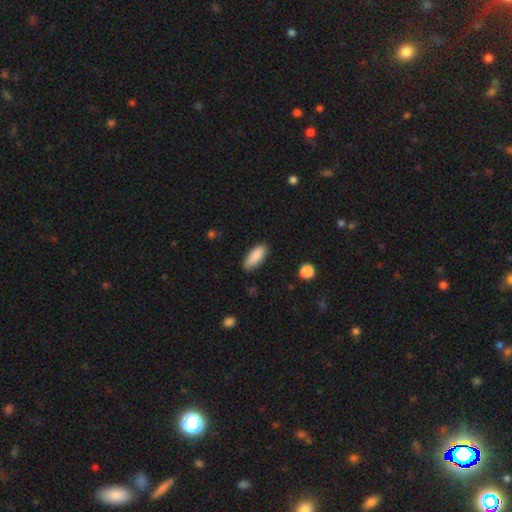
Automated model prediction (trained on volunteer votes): A smooth galaxy with no disk features (88%) that is in between round and cigar-shaped (81%).

Vote fractions:
- Smooth or featured? smooth: 88% / star or artifact: 6% / featured or disk: 6%
- How rounded? in between: 81% / cigar-shaped: 18% / round: 2%
- Merging? none: 83% / minor disturbance: 13% / major disturbance: 2% / merger: 1%